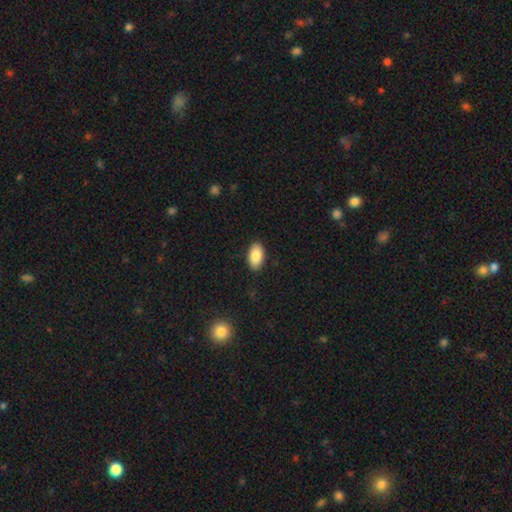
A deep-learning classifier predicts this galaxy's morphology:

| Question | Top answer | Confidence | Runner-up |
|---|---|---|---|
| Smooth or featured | smooth | 87% | star or artifact (7%) |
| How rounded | in between | 95% | round (3%) |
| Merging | none | 89% | minor disturbance (8%) |